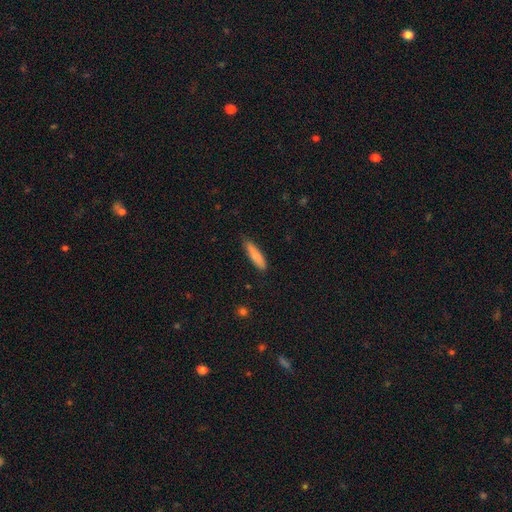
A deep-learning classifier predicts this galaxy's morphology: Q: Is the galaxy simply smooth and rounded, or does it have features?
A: smooth — 83%.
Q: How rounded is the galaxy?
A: cigar-shaped — 77%.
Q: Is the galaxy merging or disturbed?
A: none — 80%.